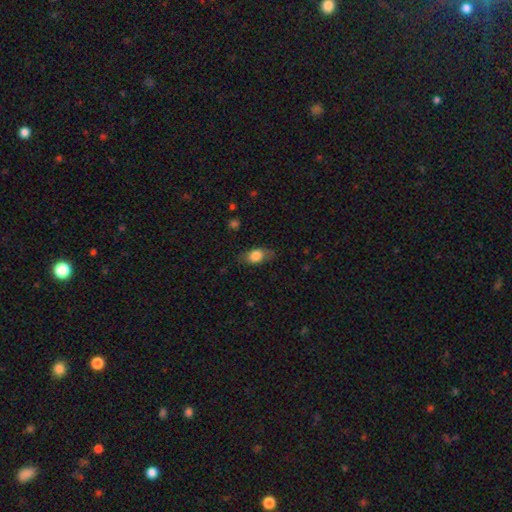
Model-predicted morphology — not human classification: Smooth or featured: smooth — 78% (featured or disk — 14%)
How rounded: in between — 80% (round — 14%)
Merging: none — 75% (minor disturbance — 18%)